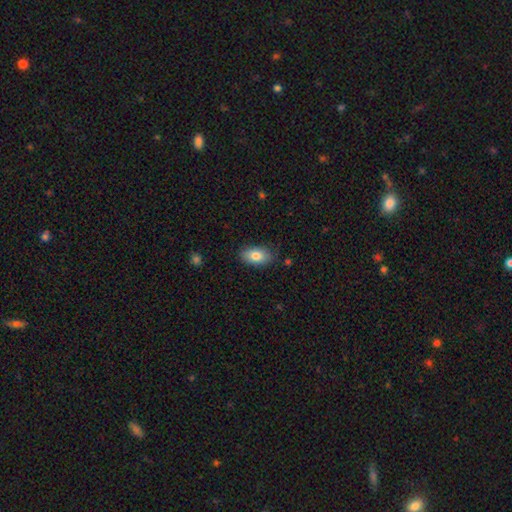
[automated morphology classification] This is clearly a smooth galaxy (81%). How rounded: clearly in between (92%). Merging: clearly none (83%).